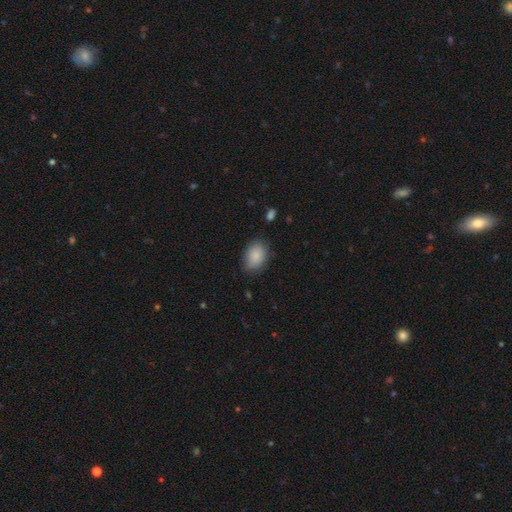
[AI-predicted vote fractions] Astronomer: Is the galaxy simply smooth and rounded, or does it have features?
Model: smooth — 88%.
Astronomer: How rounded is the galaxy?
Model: in between — 81%.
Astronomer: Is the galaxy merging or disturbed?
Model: none — 79%.